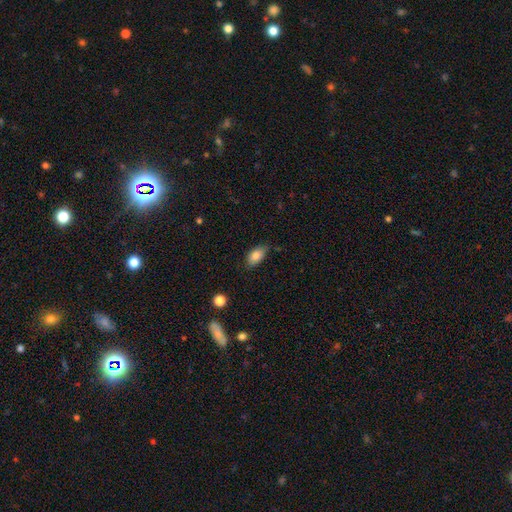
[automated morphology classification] smooth-or-featured: smooth: 83% | featured or disk: 9% | star or artifact: 8%
  how-rounded: in between: 91% | round: 6% | cigar-shaped: 3%
  merging: none: 72% | minor disturbance: 22% | major disturbance: 4% | merger: 2%